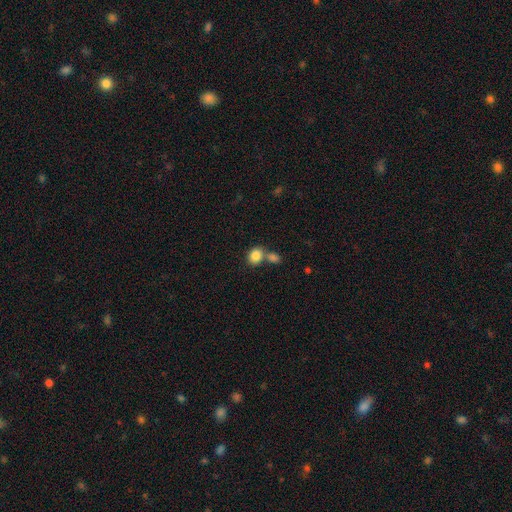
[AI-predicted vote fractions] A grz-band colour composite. It shows a smooth galaxy with no disk features (85%) that is round (52%). Merging: none (47%).